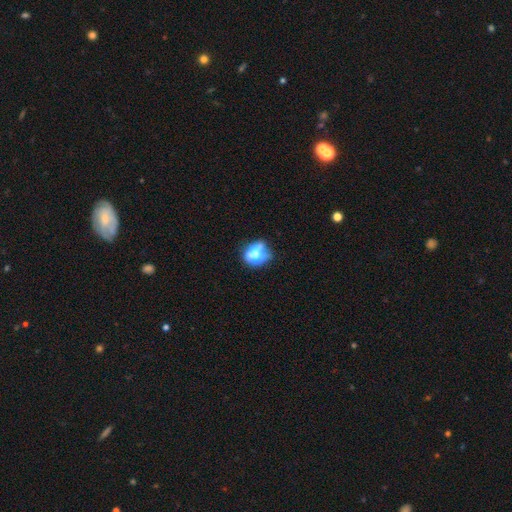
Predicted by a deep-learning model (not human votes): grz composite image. It shows a smooth galaxy with no disk features (65%) that is in between round and cigar-shaped (52%). Merging: none (36%).